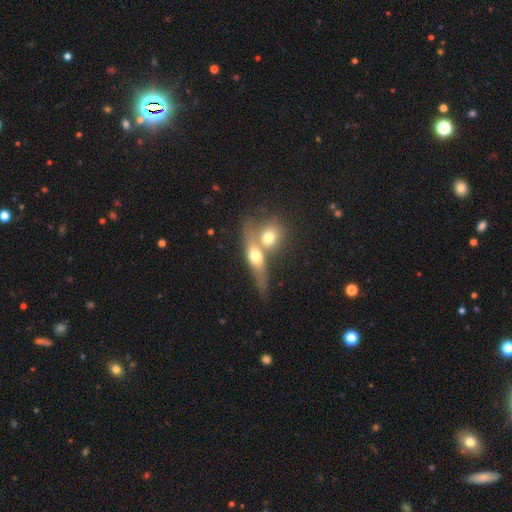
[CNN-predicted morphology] This is possibly a smooth galaxy (56%). How rounded: possibly in between (46%). Merging: likely merger (63%).